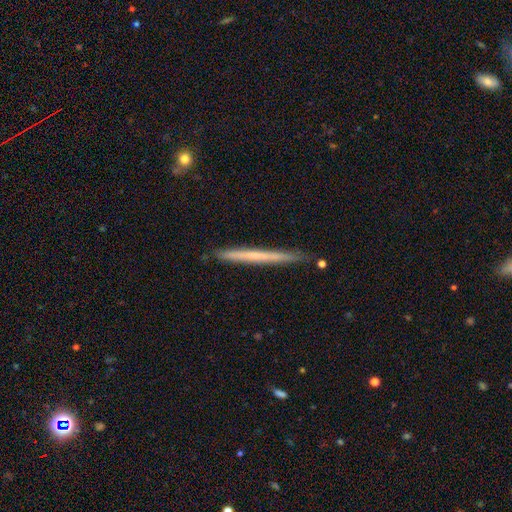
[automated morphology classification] Smooth or featured: featured or disk — 47% (tied with smooth — 47%)
Merging: none — 88% (minor disturbance — 9%)